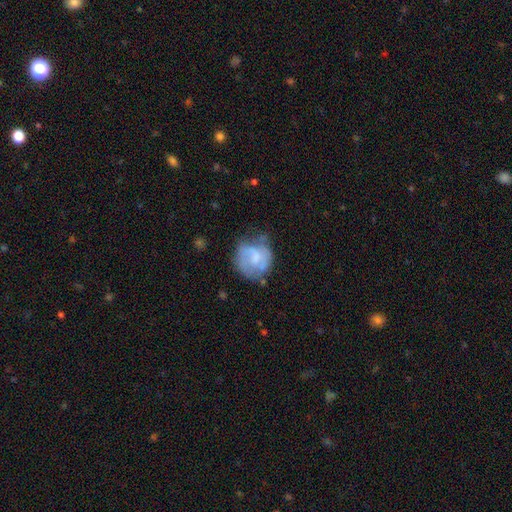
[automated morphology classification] featured or disk 47%, smooth 46%, star or artifact 7%. Down the decision tree: merging — none (48%).